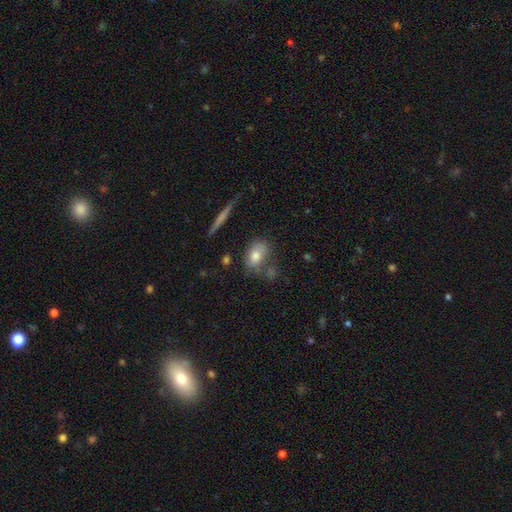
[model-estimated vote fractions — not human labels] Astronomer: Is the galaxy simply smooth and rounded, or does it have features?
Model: smooth — 73%.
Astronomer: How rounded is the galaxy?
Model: in between — 78%.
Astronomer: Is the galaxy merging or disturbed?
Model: none — 55%.